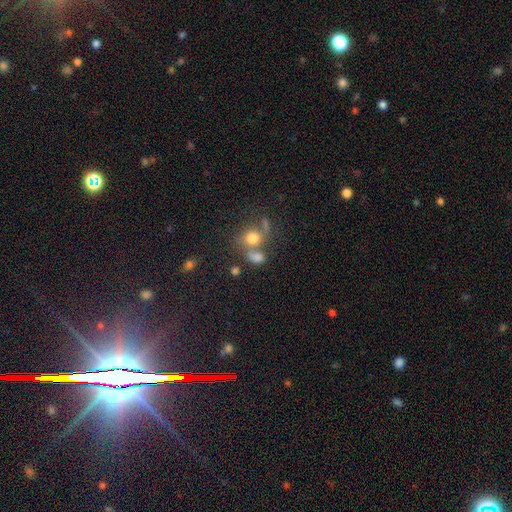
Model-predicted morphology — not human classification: A smooth galaxy with no disk features (61%) that is round (67%). Merging: none (40%, tied with merger).